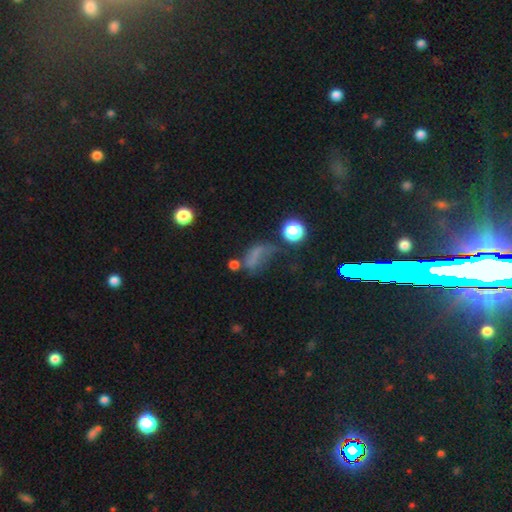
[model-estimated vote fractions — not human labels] smooth 50%, featured or disk 25%, star or artifact 24%. Down the decision tree: how rounded — in between (69%); merging — major disturbance (39%).